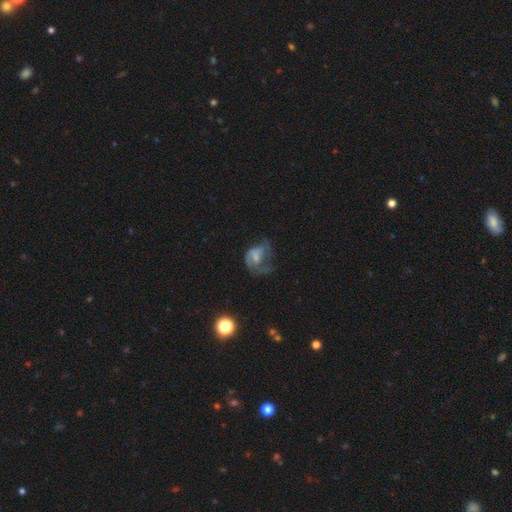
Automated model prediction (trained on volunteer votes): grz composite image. It shows a featured or disk galaxy (55%) with no bar (63%), spiral arms (64%) and a small central bulge (39%). Merging: major disturbance (48%).